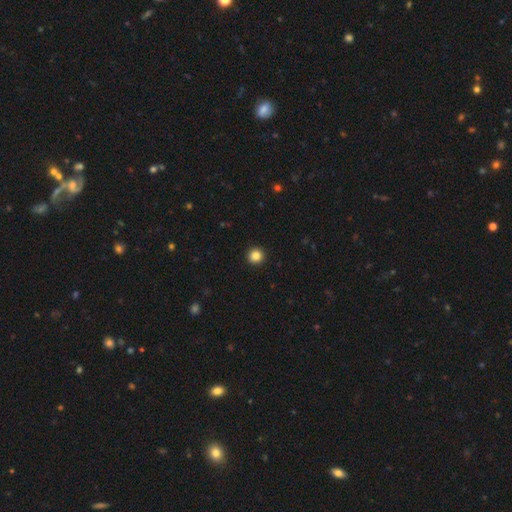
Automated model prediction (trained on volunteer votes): A smooth galaxy with no disk features (85%) that is round (96%).

Vote fractions:
- Smooth or featured? smooth: 85% / star or artifact: 11% / featured or disk: 4%
- How rounded? round: 96% / in between: 3% / cigar-shaped: 1%
- Merging? none: 94% / minor disturbance: 4% / major disturbance: 1% / merger: 1%